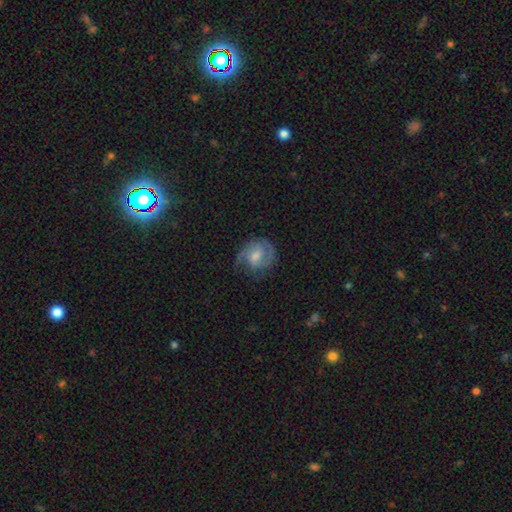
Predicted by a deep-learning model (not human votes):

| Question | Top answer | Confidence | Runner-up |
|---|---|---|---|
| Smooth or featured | featured or disk | 74% | smooth (19%) |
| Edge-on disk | no | 98% | yes (2%) |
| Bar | weak | 49% | no (39%) |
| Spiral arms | yes | 93% | no (7%) |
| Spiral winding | medium | 45% | tight (41%) |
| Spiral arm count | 2 | 68% | can't tell (13%) |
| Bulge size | moderate | 51% | small (38%) |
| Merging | none | 68% | minor disturbance (20%) |